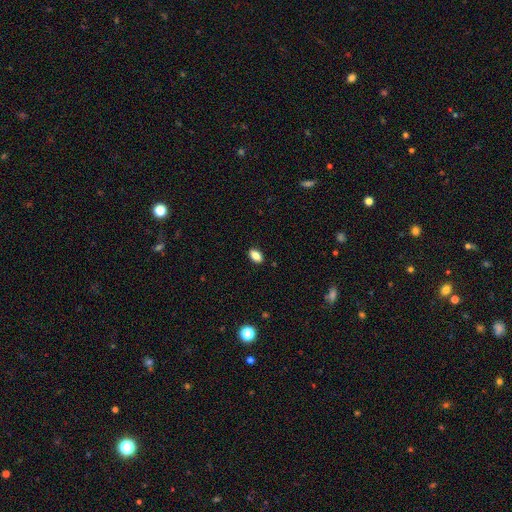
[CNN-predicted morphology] This appears to be a smooth galaxy with no disk features (84%) that is in between round and cigar-shaped (89%). Merging: none (89%).